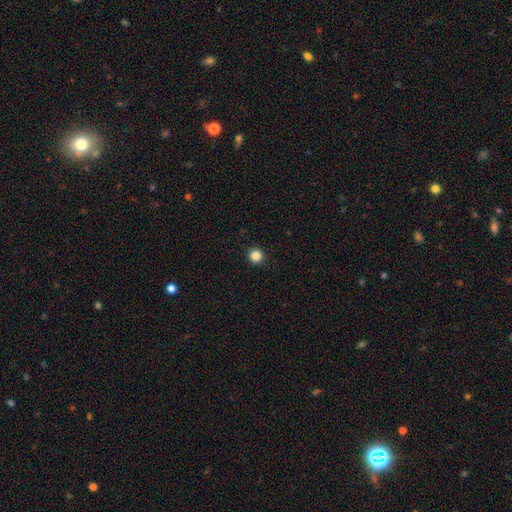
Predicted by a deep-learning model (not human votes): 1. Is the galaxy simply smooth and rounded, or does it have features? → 85% smooth, 11% star or artifact, 3% featured or disk.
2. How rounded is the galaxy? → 95% round, 4% in between, 1% cigar-shaped.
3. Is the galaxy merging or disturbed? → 94% none, 4% minor disturbance, 1% major disturbance, 1% merger.